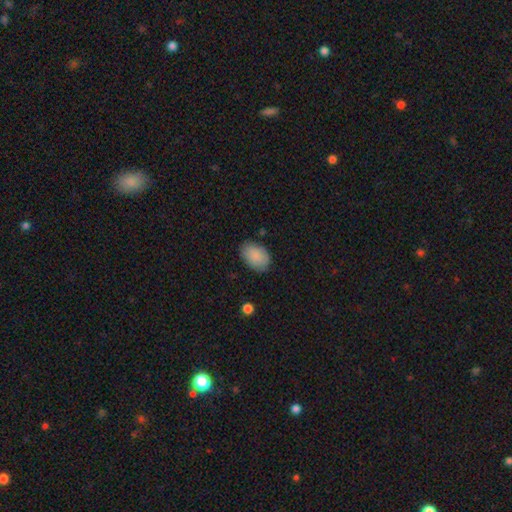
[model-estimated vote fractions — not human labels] smooth-or-featured: smooth: 87% | star or artifact: 7% | featured or disk: 6%
  how-rounded: in between: 89% | round: 10% | cigar-shaped: 1%
  merging: none: 81% | minor disturbance: 14% | major disturbance: 3% | merger: 1%